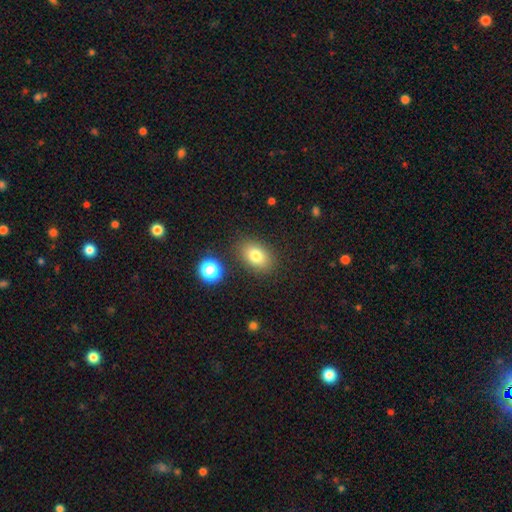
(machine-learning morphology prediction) Smooth or featured: smooth — 79% (star or artifact — 11%)
How rounded: in between — 79% (round — 20%)
Merging: none — 85% (minor disturbance — 9%)